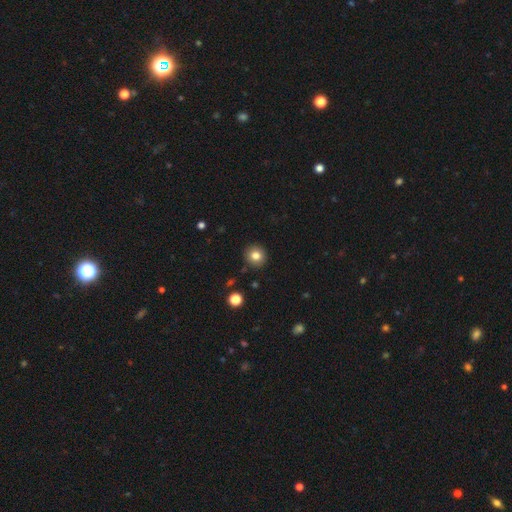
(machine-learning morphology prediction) The model was most divided on "smooth or featured": smooth: 82%, star or artifact: 11%, featured or disk: 7%. More confident: merging — none (90%); how rounded — round (88%).